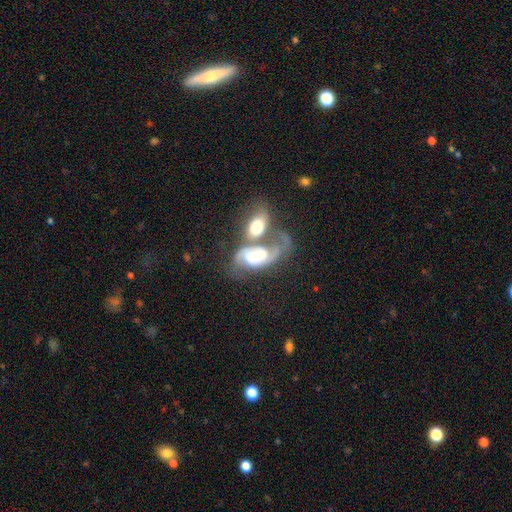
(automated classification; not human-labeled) featured or disk 46%, smooth 37%, star or artifact 17%. Down the decision tree: merging — merger (56%).